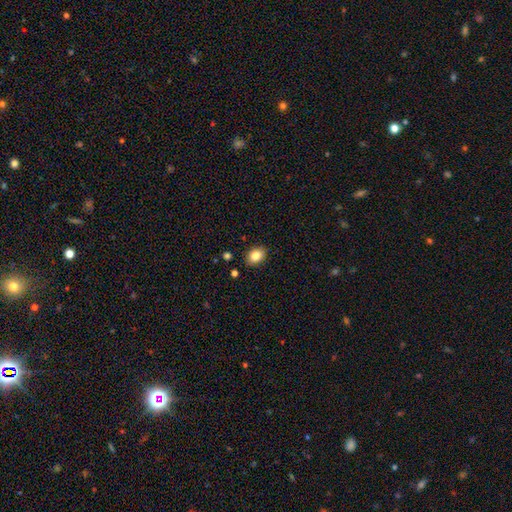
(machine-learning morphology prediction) smooth-or-featured: smooth: 84% | star or artifact: 9% | featured or disk: 7%
  how-rounded: in between: 68% | round: 31% | cigar-shaped: 1%
  merging: none: 87% | minor disturbance: 9% | major disturbance: 2% | merger: 2%